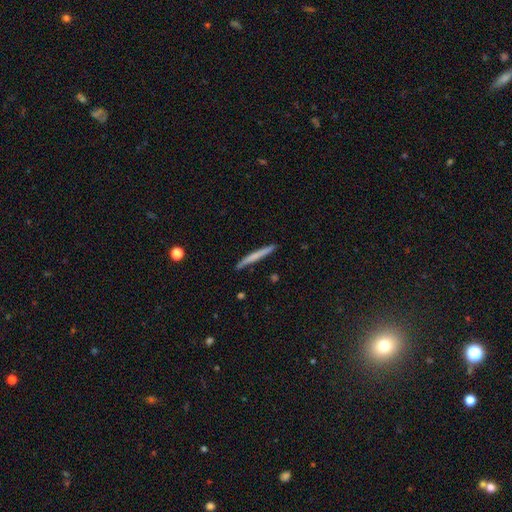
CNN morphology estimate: A smooth galaxy with no disk features (63%) that is cigar-shaped (97%). Merging: none (90%).